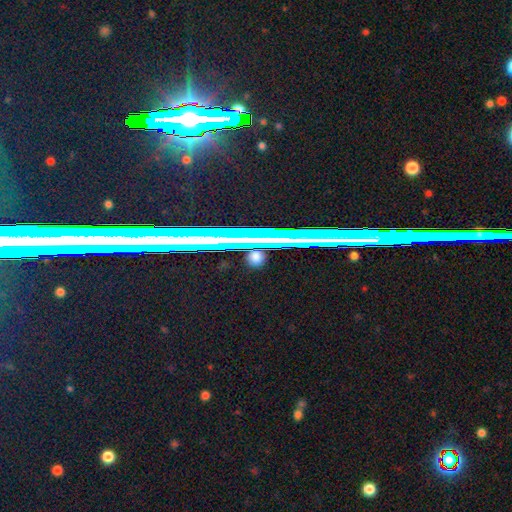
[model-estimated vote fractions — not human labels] star or artifact 51%, smooth 30%, featured or disk 19%.